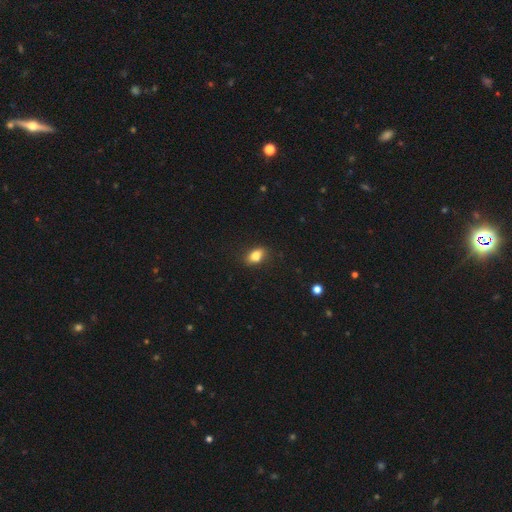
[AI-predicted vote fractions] Q: Smooth or featured?
A: smooth (83%); runner-up: star or artifact (9%)
Q: How rounded?
A: in between (83%); runner-up: round (14%)
Q: Merging?
A: none (83%); runner-up: minor disturbance (13%)